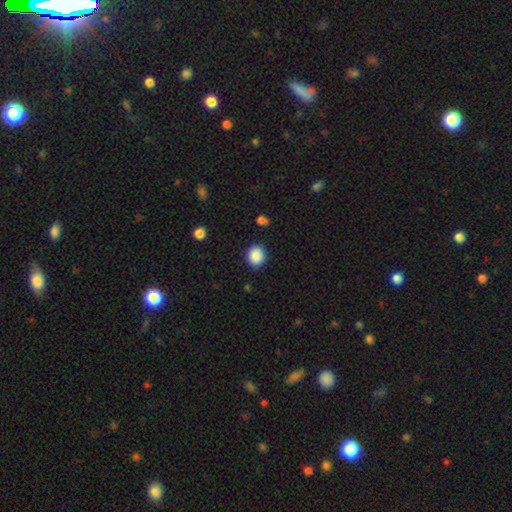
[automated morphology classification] Smooth or featured?
  - smooth: 89% *
  - star or artifact: 8%
  - featured or disk: 3%
How rounded?
  - round: 76% *
  - in between: 24%
  - cigar-shaped: 1%
Merging?
  - none: 89% *
  - minor disturbance: 7%
  - major disturbance: 2%
  - merger: 1%